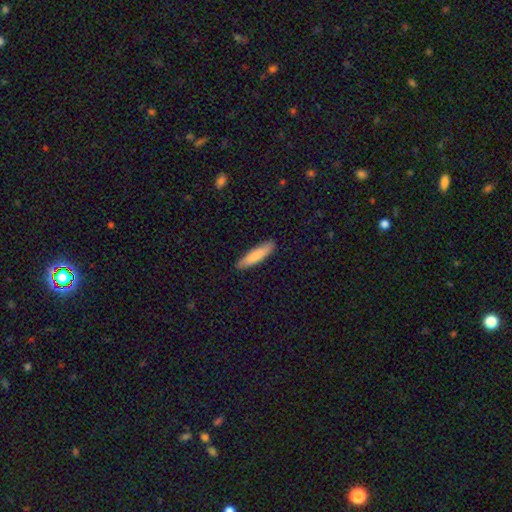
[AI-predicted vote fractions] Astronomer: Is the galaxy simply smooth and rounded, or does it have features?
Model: smooth — 79%.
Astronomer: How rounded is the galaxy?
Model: cigar-shaped — 78%.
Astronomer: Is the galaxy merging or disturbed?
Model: none — 89%.